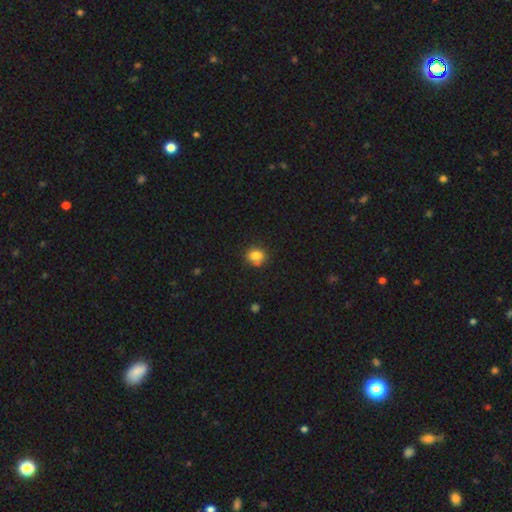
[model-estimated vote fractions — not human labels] A smooth galaxy with no disk features (80%) that is round (61%).

Vote fractions:
- Smooth or featured? smooth: 80% / star or artifact: 11% / featured or disk: 9%
- How rounded? round: 61% / in between: 38% / cigar-shaped: 1%
- Merging? none: 67% / minor disturbance: 18% / merger: 10% / major disturbance: 4%